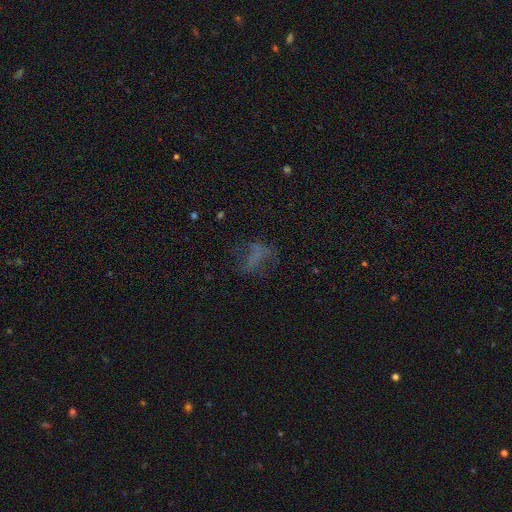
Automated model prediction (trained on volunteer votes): A smooth galaxy with no disk features (37%). Merging: none (49%).